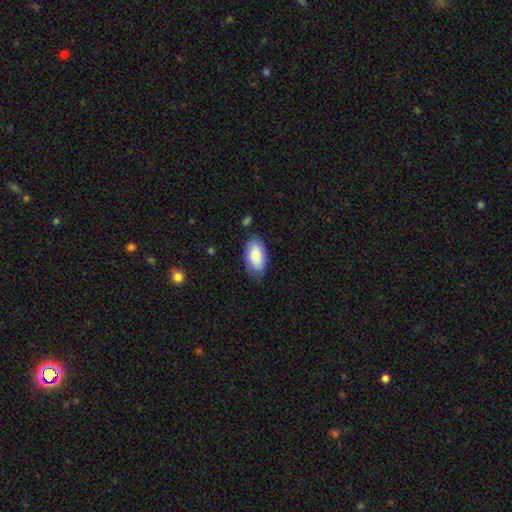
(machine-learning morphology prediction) Overall: smooth (83%). How rounded: in between (95%). Merging: none (75%).